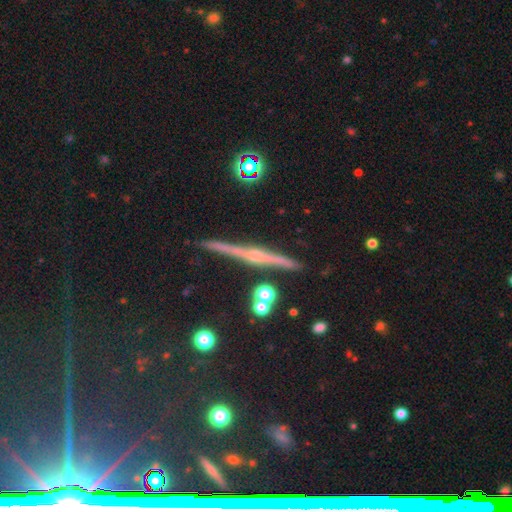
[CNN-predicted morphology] A featured or disk galaxy (78%) viewed edge-on (97%) with a rounded central bulge (82%). Merging: none (86%).